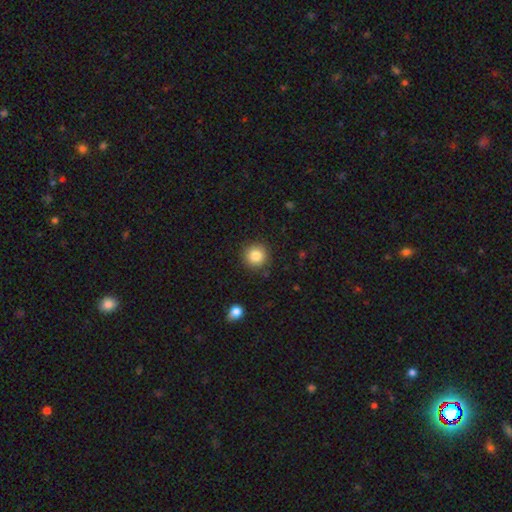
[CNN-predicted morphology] This is clearly a smooth galaxy (84%). How rounded: clearly round (94%). Merging: clearly none (90%).